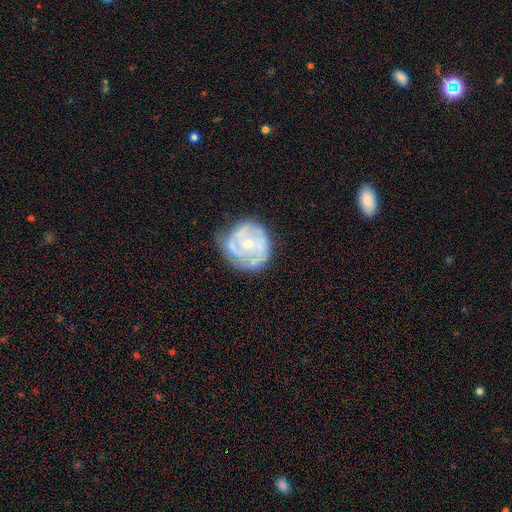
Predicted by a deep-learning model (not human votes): Smooth or featured?
  - featured or disk: 76% *
  - smooth: 18%
  - star or artifact: 6%
Edge-on disk?
  - no: 98% *
  - yes: 2%
Bar?
  - no: 75% *
  - weak: 21%
  - strong: 4%
Spiral arms?
  - yes: 83% *
  - no: 17%
Spiral winding?
  - tight: 63% *
  - medium: 28%
  - loose: 9%
Spiral arm count?
  - can't tell: 36% *
  - 2: 27%
  - 3: 20%
  - 1: 7%
  - 4: 6%
  - more than 4: 4%
Bulge size?
  - small: 57% *
  - moderate: 36%
  - none: 4%
  - large: 2%
  - dominant: 1%
Merging?
  - none: 64% *
  - minor disturbance: 23%
  - major disturbance: 11%
  - merger: 2%